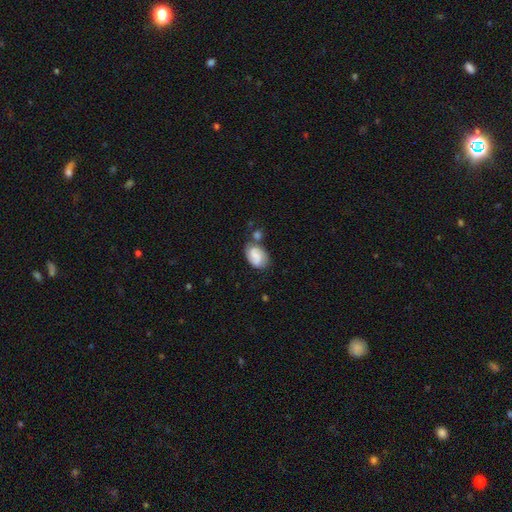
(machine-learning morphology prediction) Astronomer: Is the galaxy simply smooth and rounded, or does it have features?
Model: smooth — 52% (runner-up: featured or disk, 40%).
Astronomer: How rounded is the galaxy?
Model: in between — 83%.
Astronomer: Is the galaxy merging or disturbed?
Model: none — 48%.